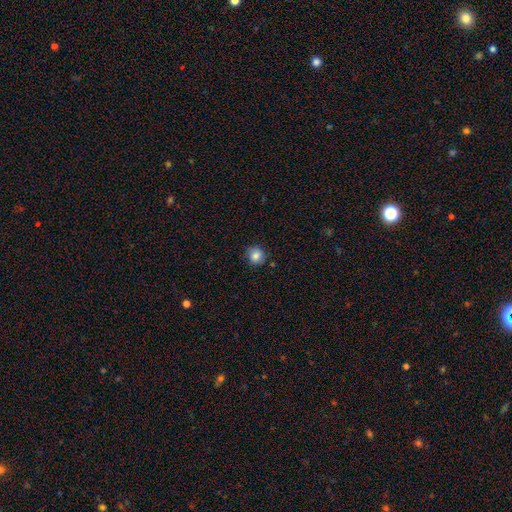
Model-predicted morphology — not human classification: A smooth galaxy with no disk features (84%) that is round (89%). Merging: none (85%).